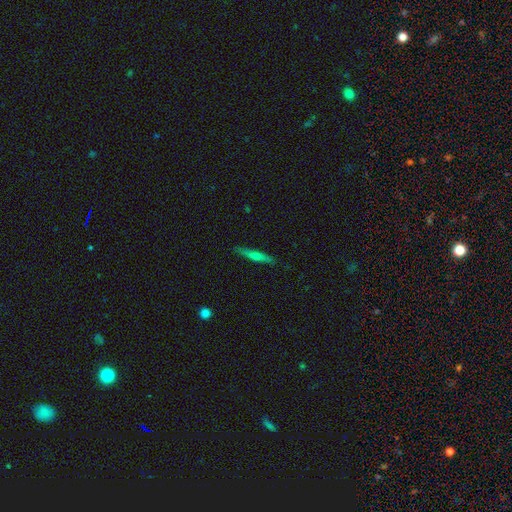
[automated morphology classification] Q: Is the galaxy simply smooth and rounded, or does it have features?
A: smooth — 48%.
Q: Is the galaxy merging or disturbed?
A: none — 89%.